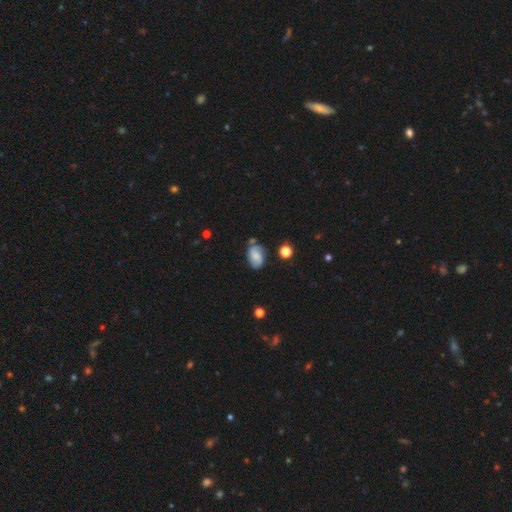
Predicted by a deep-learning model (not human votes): Smooth or featured: featured or disk — 54% (smooth — 37%)
Edge-on disk: no — 97% (yes — 3%)
Bar: no — 50% (weak — 41%)
Spiral arms: yes — 91% (no — 9%)
Bulge size: small — 35% (none — 30%)
Merging: none — 66% (minor disturbance — 21%)